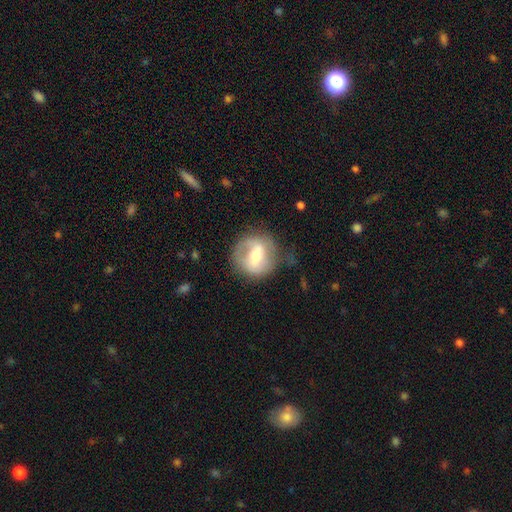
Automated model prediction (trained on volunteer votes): The model was most divided on "bar": strong: 42%, weak: 40%, no: 18%. More confident: edge-on disk — no (94%); merging — none (69%); bulge size — moderate (61%); spiral arms — yes (59%); smooth or featured — featured or disk (59%).